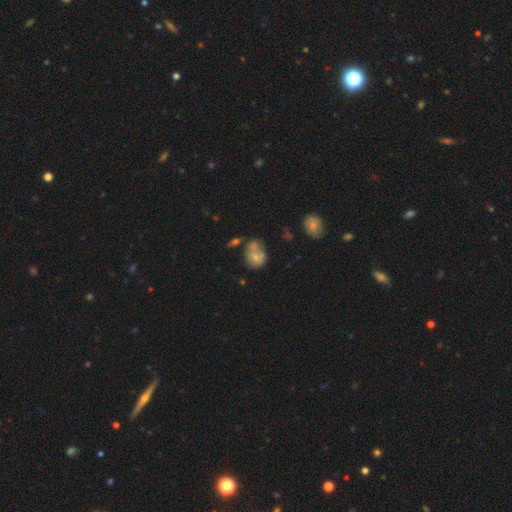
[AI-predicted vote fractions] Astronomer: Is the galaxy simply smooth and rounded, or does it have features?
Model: smooth — 59%.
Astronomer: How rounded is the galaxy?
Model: in between — 50% (runner-up: round, 49%).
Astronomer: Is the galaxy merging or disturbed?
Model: merger — 44% (runner-up: none, 31%).